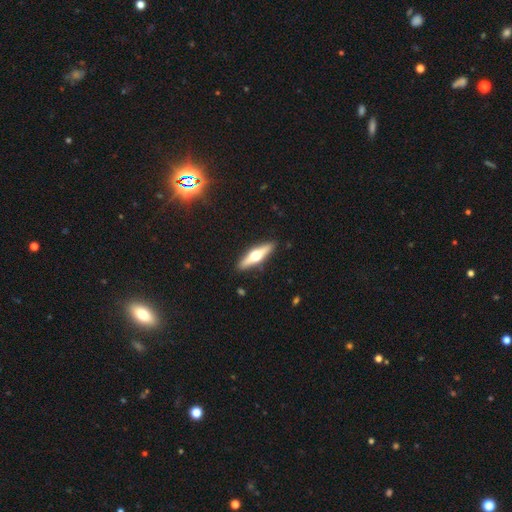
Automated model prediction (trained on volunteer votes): smooth_or_featured: featured or disk (p=0.62) [alt: smooth p=0.33]
disk_edge_on: yes (p=0.95) [alt: no p=0.05]
edge_on_bulge: rounded (p=0.96) [alt: boxy p=0.02]
merging: none (p=0.91) [alt: minor disturbance p=0.07]